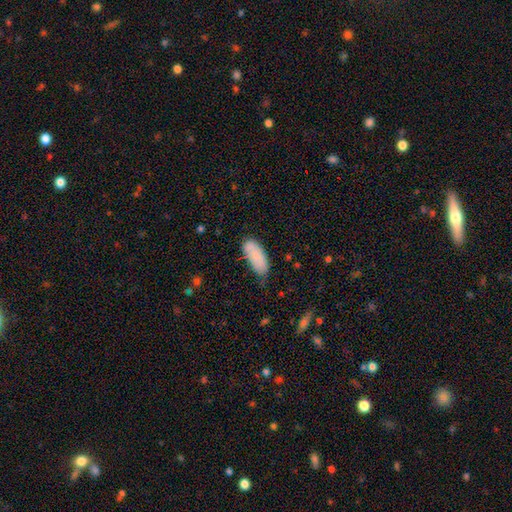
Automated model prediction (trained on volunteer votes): Smooth or featured? smooth (82%)
How rounded? in between (82%)
Merging? none (64%)